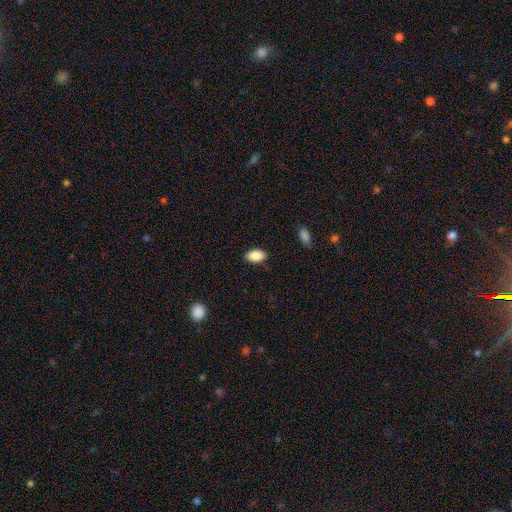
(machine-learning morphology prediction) smooth-or-featured: smooth: 88% | star or artifact: 7% | featured or disk: 5%
  how-rounded: in between: 93% | round: 5% | cigar-shaped: 2%
  merging: none: 86% | minor disturbance: 11% | major disturbance: 2% | merger: 1%